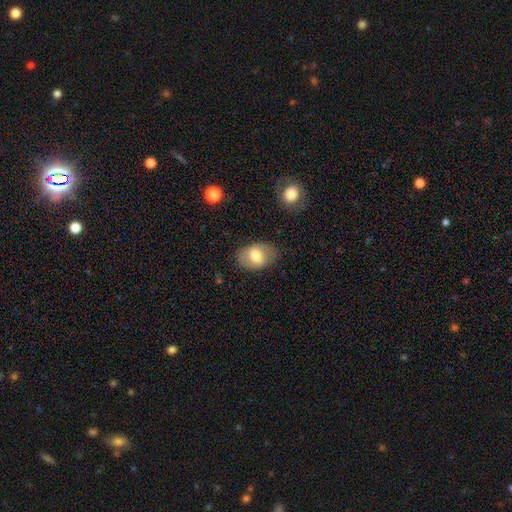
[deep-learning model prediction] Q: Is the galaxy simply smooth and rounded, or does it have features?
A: smooth — 69%.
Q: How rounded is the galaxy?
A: in between — 83%.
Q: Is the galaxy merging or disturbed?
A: none — 78%.